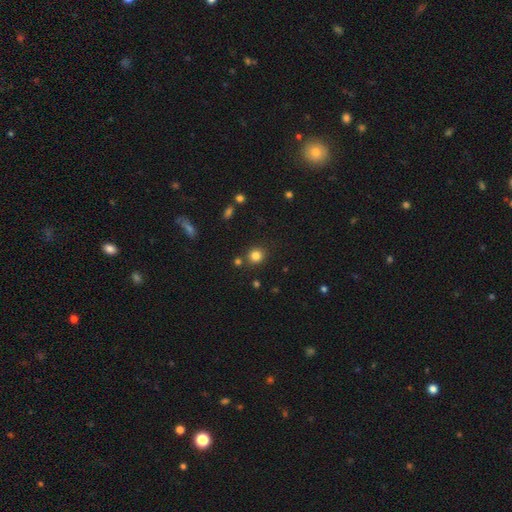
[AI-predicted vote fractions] Smooth or featured?
  - smooth: 82% *
  - star or artifact: 13%
  - featured or disk: 5%
How rounded?
  - round: 89% *
  - in between: 10%
  - cigar-shaped: 1%
Merging?
  - none: 83% *
  - minor disturbance: 8%
  - merger: 7%
  - major disturbance: 3%